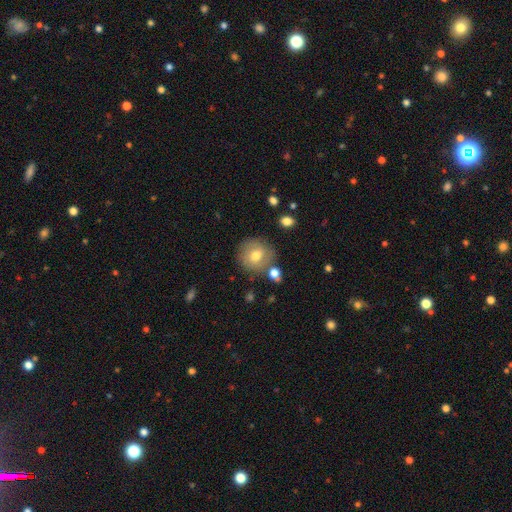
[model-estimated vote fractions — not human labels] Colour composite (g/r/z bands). It shows a smooth galaxy with no disk features (69%) that is round (89%). Merging: none (77%).